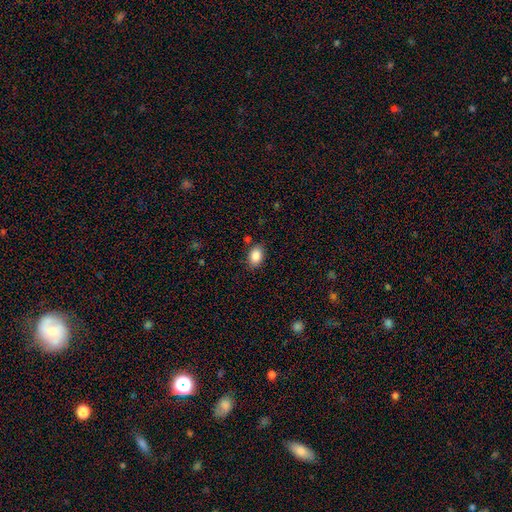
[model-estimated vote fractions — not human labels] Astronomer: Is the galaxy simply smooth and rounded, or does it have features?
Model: smooth — 87%.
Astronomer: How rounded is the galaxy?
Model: in between — 84%.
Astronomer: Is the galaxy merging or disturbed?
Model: none — 82%.